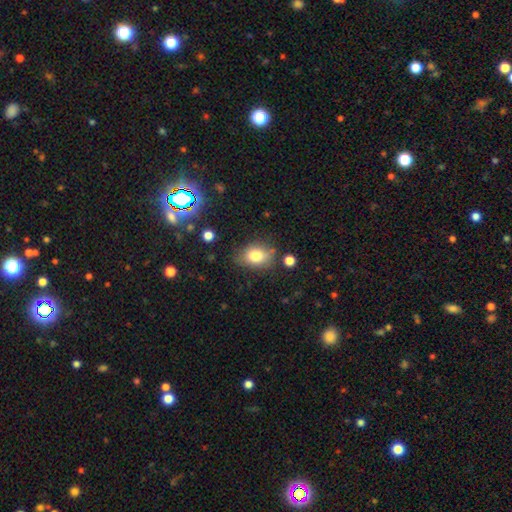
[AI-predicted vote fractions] Smooth or featured?
  - smooth: 80% *
  - featured or disk: 10%
  - star or artifact: 9%
How rounded?
  - in between: 73% *
  - round: 26%
  - cigar-shaped: 1%
Merging?
  - none: 70% *
  - minor disturbance: 20%
  - major disturbance: 5%
  - merger: 4%